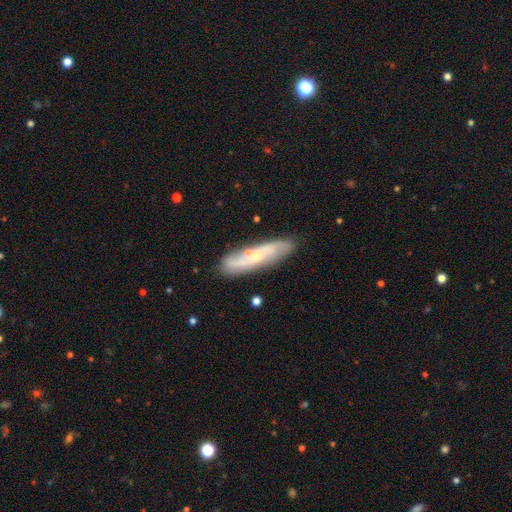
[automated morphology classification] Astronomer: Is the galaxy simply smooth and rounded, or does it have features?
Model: featured or disk — 65%.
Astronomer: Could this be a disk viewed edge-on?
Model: no — 70%.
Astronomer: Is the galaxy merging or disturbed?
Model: none — 77%.